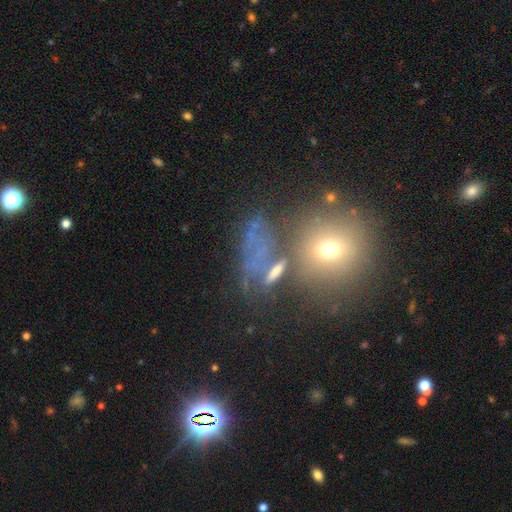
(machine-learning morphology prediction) This is marginally a smooth galaxy (38%). Merging: marginally none (42%).